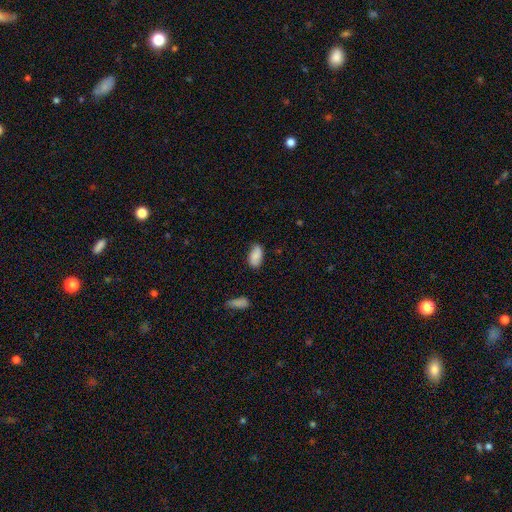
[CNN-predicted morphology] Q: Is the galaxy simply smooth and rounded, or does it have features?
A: smooth — 82%.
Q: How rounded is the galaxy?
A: in between — 94%.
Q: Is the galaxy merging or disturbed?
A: none — 71%.